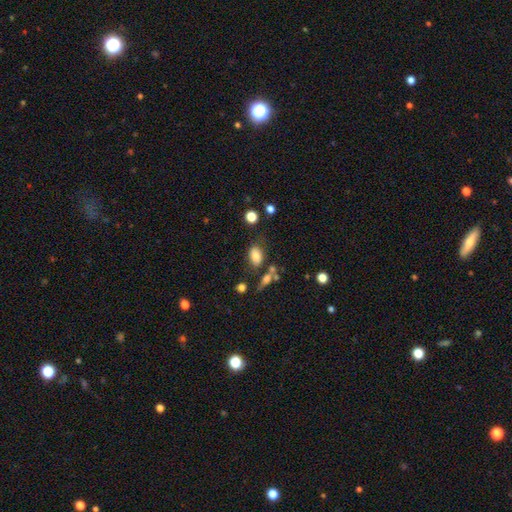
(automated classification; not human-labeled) Smooth or featured: smooth — 79% (featured or disk — 11%)
How rounded: in between — 84% (round — 14%)
Merging: none — 64% (minor disturbance — 17%)